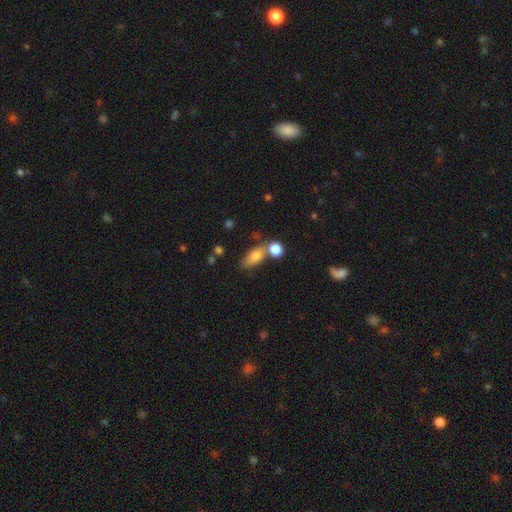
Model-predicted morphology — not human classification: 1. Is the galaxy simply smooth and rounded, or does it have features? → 77% smooth, 14% featured or disk, 9% star or artifact.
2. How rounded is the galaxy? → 74% in between, 16% cigar-shaped, 10% round.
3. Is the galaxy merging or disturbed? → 54% none, 26% merger, 14% minor disturbance, 6% major disturbance.